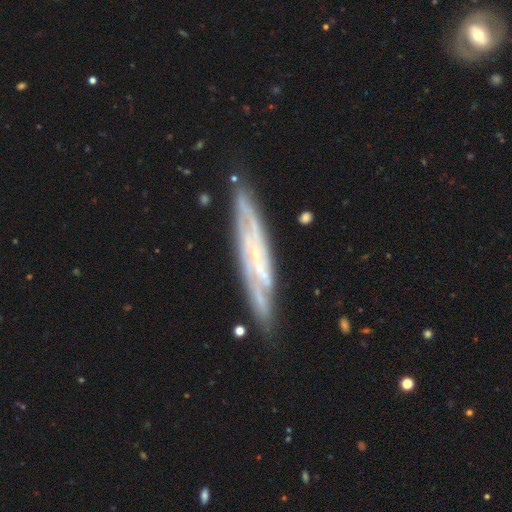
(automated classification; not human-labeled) This is clearly a featured or disk galaxy (80%). It is possibly not viewed edge-on (57%). Merging: likely none (79%).